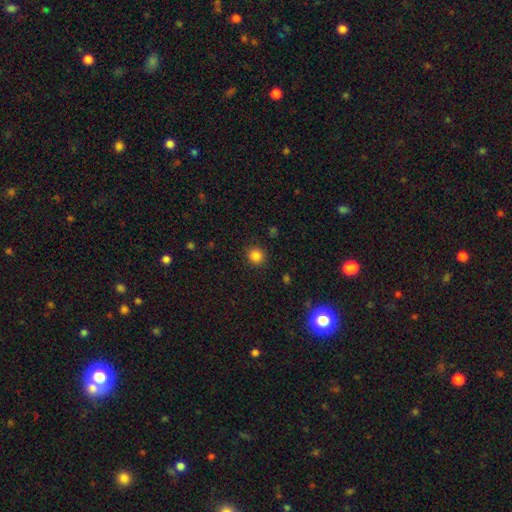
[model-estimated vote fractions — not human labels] smooth_or_featured: smooth (p=0.84) [alt: star or artifact p=0.12]
how_rounded: round (p=0.92) [alt: in between p=0.07]
merging: none (p=0.91) [alt: minor disturbance p=0.06]